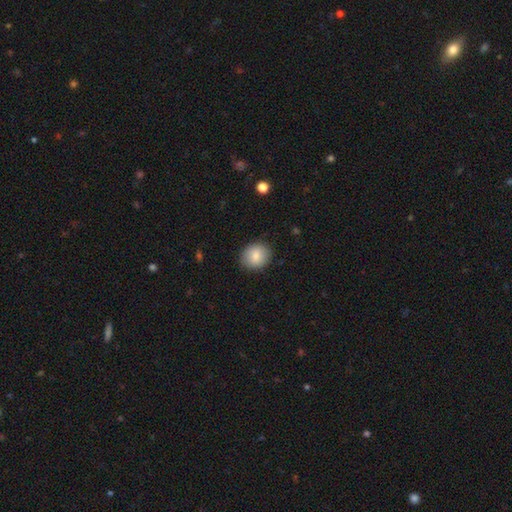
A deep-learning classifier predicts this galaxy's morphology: smooth 82%, featured or disk 10%, star or artifact 8%. Down the decision tree: how rounded — round (67%); merging — none (87%).